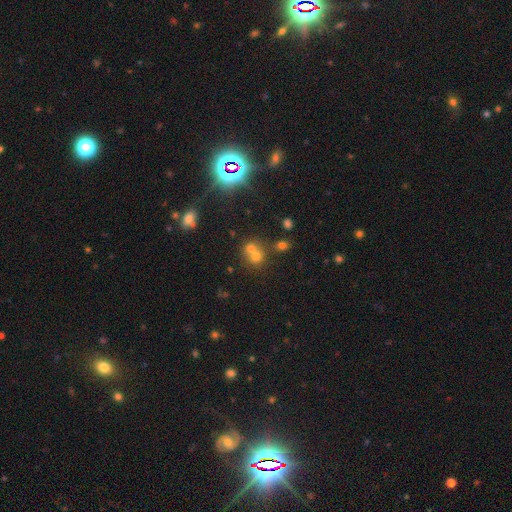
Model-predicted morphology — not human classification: A smooth galaxy with no disk features (63%) that is round (80%).

Vote fractions:
- Smooth or featured? smooth: 63% / star or artifact: 20% / featured or disk: 17%
- How rounded? round: 80% / in between: 19% / cigar-shaped: 1%
- Merging? merger: 54% / none: 38% / minor disturbance: 6% / major disturbance: 3%